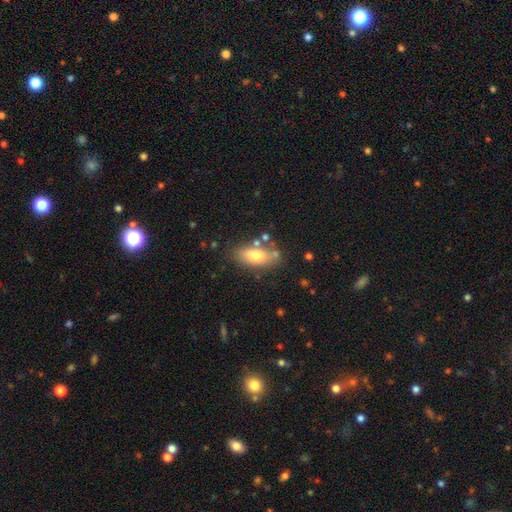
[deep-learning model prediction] This is likely a smooth galaxy (72%). How rounded: clearly in between (82%). Merging: likely none (70%).